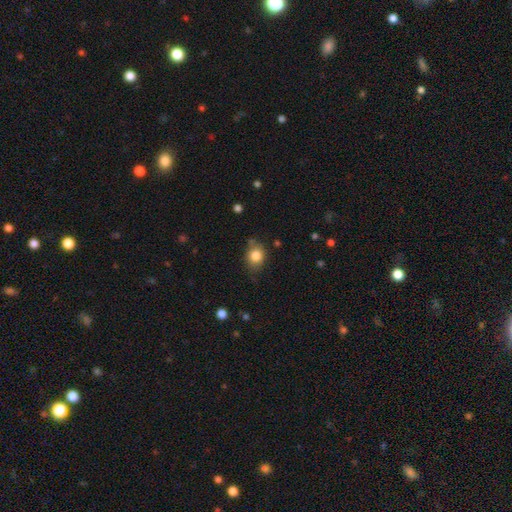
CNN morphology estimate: Overall: smooth (83%). How rounded: round (59%; in between 40%). Merging: none (68%).